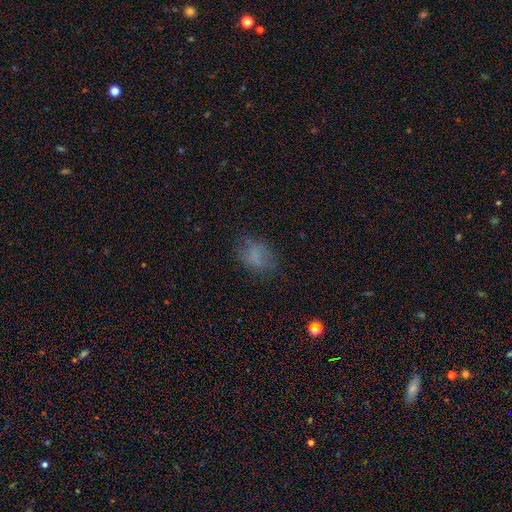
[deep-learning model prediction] This is likely a smooth galaxy (70%). How rounded: likely in between (70%). Merging: likely none (65%).